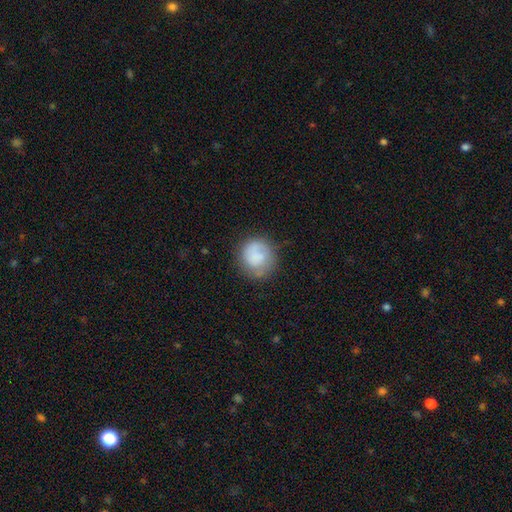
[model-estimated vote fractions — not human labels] Smooth or featured?
  - smooth: 69% *
  - featured or disk: 23%
  - star or artifact: 8%
How rounded?
  - round: 83% *
  - in between: 16%
  - cigar-shaped: 1%
Merging?
  - none: 66% *
  - minor disturbance: 21%
  - major disturbance: 10%
  - merger: 3%